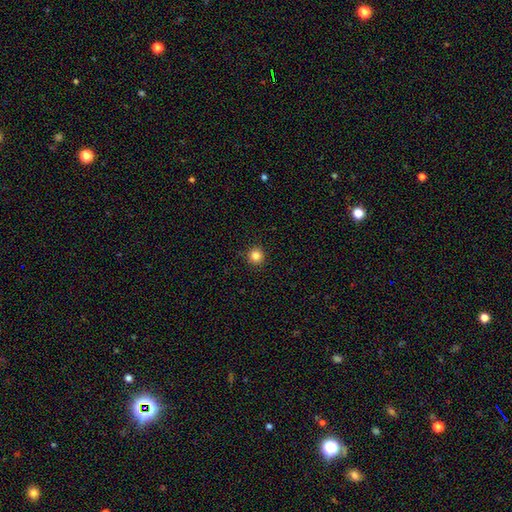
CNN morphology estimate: type=smooth (83%); roundness=round (95%); merging=none (92%).